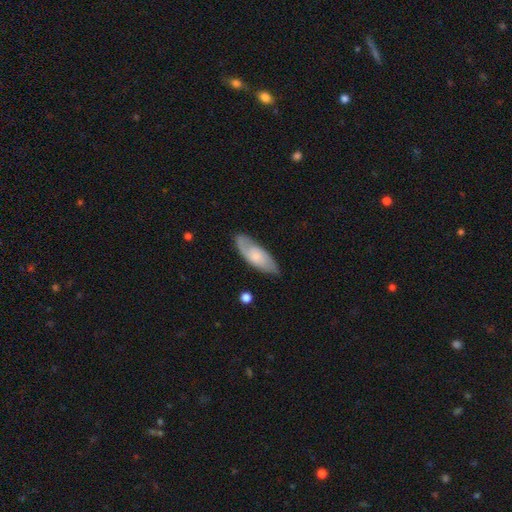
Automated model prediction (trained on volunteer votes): Smooth or featured?
  - smooth: 49% *
  - featured or disk: 45%
  - star or artifact: 6%
Merging?
  - none: 73% *
  - minor disturbance: 20%
  - major disturbance: 5%
  - merger: 2%